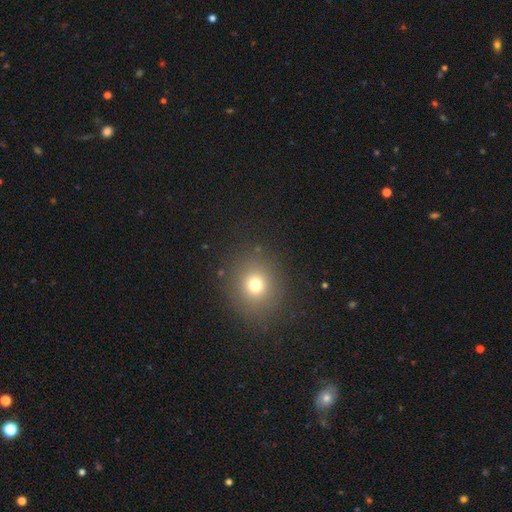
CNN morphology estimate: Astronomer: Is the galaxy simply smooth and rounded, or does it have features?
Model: smooth — 67%.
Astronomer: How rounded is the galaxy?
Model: round — 77%.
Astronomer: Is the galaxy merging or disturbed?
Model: none — 90%.